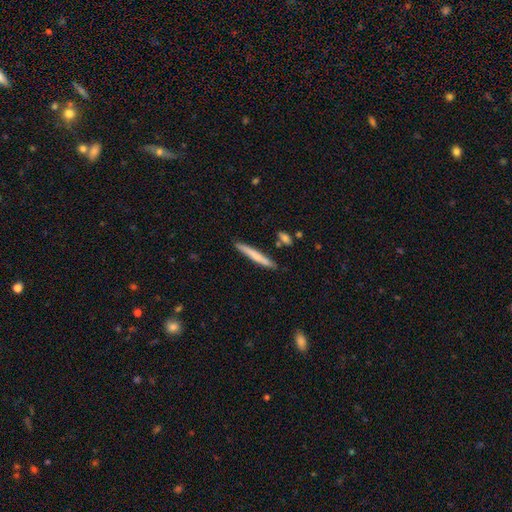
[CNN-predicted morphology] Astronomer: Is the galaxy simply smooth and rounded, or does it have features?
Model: smooth — 69%.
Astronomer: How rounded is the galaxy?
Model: cigar-shaped — 96%.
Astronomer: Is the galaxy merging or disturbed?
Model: none — 86%.